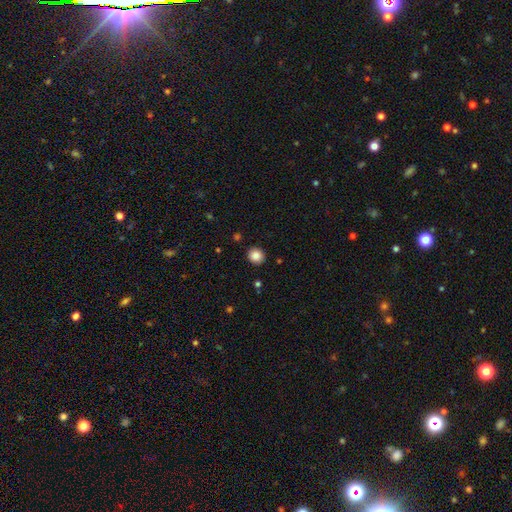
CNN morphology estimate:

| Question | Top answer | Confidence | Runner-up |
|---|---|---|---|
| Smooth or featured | smooth | 86% | star or artifact (10%) |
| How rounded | round | 81% | in between (18%) |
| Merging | none | 91% | minor disturbance (6%) |